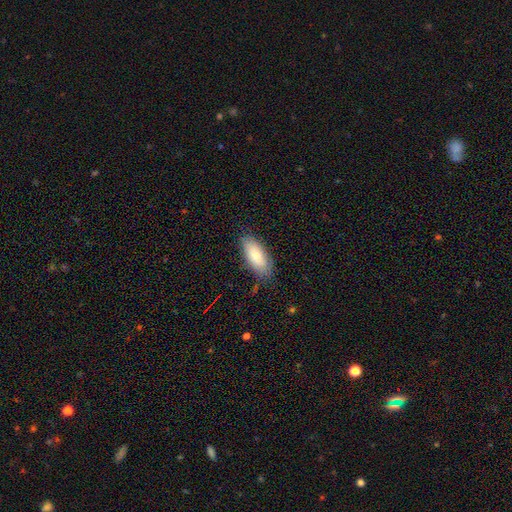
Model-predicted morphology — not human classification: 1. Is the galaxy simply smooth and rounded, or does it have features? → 80% smooth, 14% featured or disk, 6% star or artifact.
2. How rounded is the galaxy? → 84% in between, 14% cigar-shaped, 2% round.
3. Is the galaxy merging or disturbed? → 77% none, 18% minor disturbance, 4% major disturbance, 1% merger.